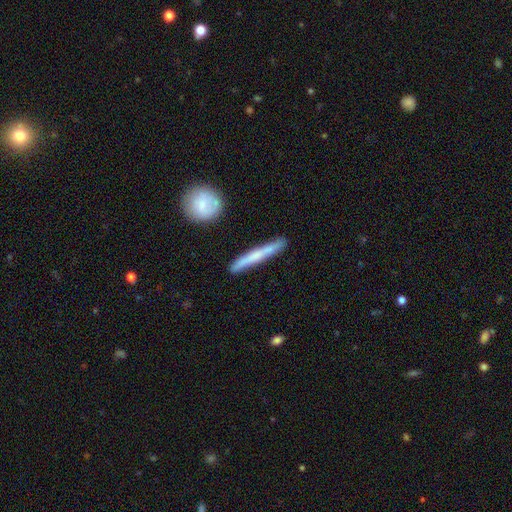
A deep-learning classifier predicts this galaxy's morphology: smooth-or-featured: smooth: 54% | featured or disk: 41% | star or artifact: 6%
  how-rounded: cigar-shaped: 95% | in between: 3% | round: 2%
  merging: none: 88% | minor disturbance: 8% | merger: 2% | major disturbance: 2%